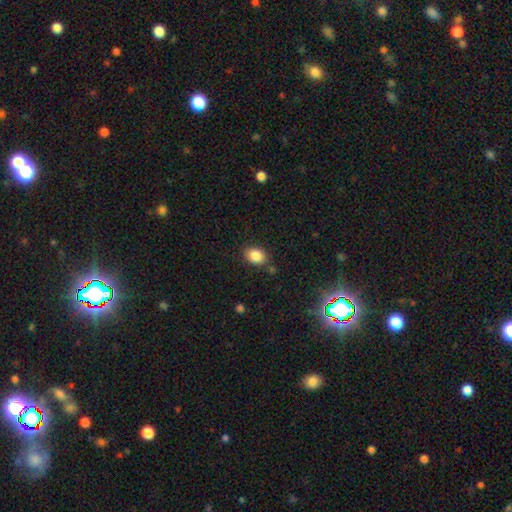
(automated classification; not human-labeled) smooth 86%, star or artifact 9%, featured or disk 5%. Down the decision tree: how rounded — in between (64%); merging — none (81%).